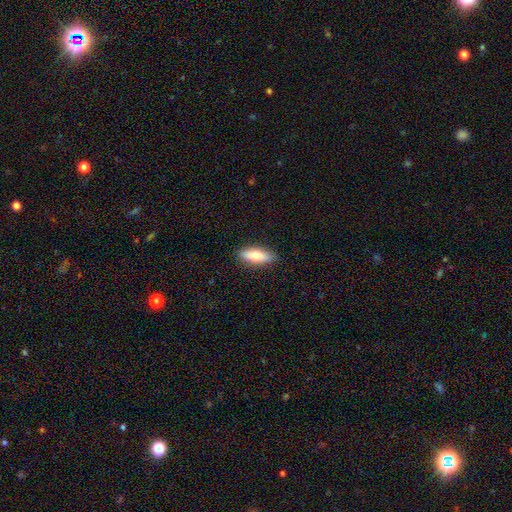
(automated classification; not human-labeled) Smooth or featured? smooth (69%)
How rounded? in between (58%)
Merging? none (88%)